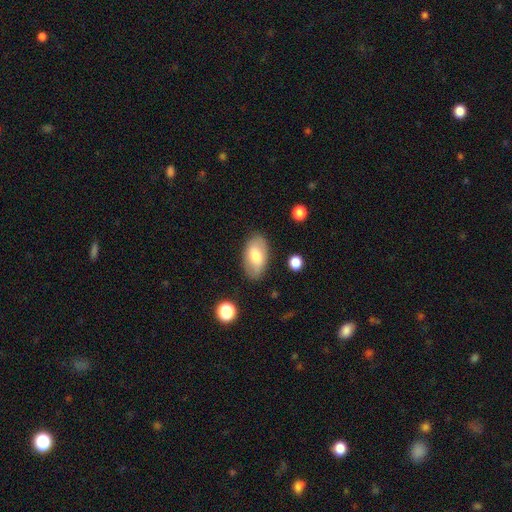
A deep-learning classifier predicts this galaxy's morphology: smooth-or-featured: smooth: 70% | featured or disk: 24% | star or artifact: 7%
  how-rounded: in between: 94% | round: 4% | cigar-shaped: 2%
  merging: none: 83% | minor disturbance: 13% | major disturbance: 3% | merger: 2%